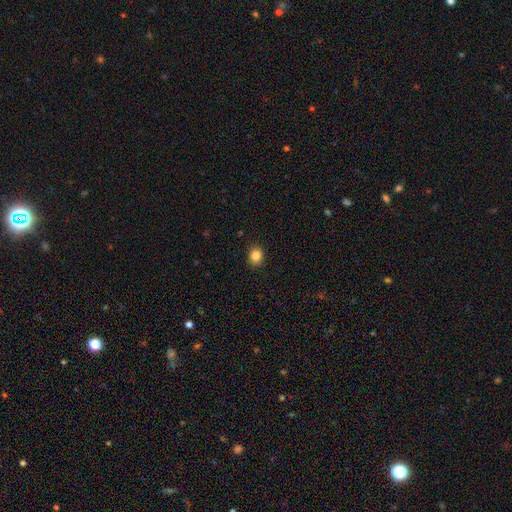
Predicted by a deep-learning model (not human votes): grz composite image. It shows a smooth galaxy with no disk features (84%) that is round (65%). Merging: none (90%).